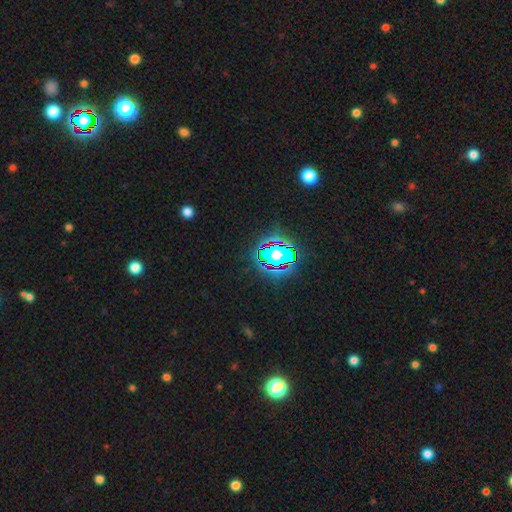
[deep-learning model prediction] Overall: star or artifact (81%).